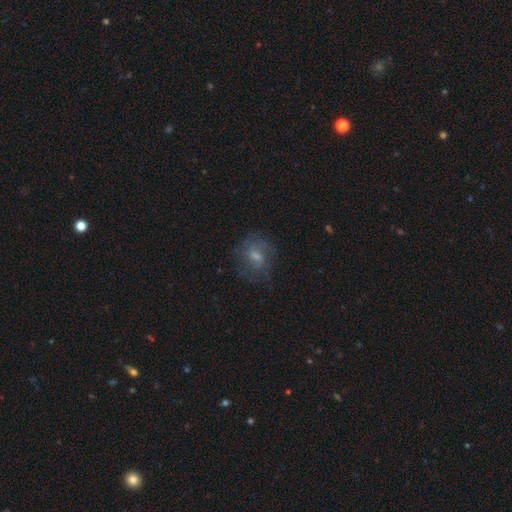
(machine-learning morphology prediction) Overall: featured or disk (46%; smooth 37%). Merging: none (67%).